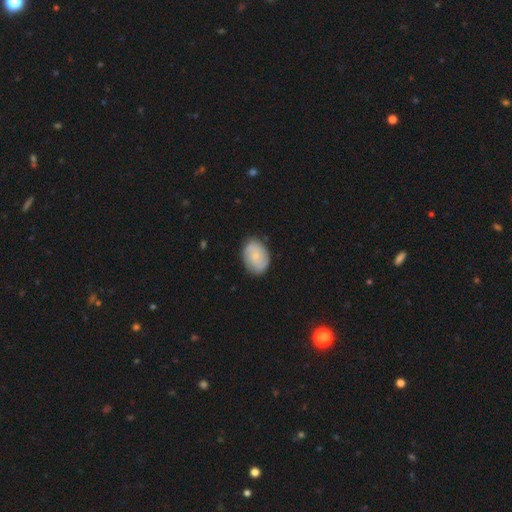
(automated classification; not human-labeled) smooth_or_featured: smooth (p=0.50) [alt: featured or disk p=0.43]
how_rounded: in between (p=0.79) [alt: round p=0.20]
merging: none (p=0.81) [alt: minor disturbance p=0.15]